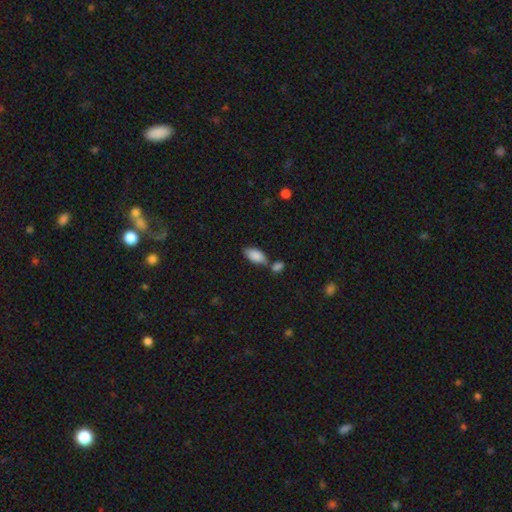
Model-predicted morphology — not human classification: The model was most divided on "merging": none: 56%, merger: 26%, minor disturbance: 14%, major disturbance: 4%. More confident: how rounded — in between (91%); smooth or featured — smooth (86%).